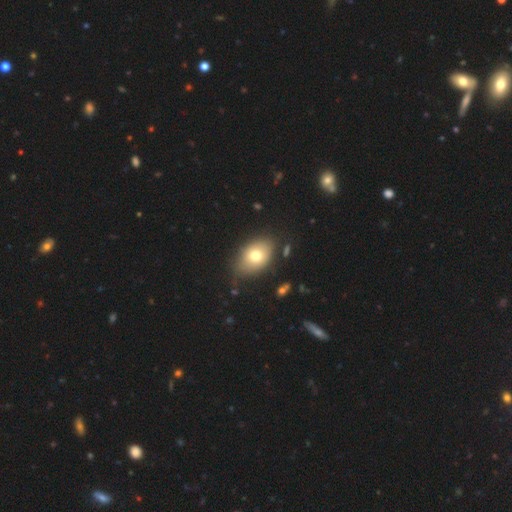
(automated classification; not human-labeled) The model was most divided on "smooth or featured": smooth: 74%, featured or disk: 17%, star or artifact: 9%. More confident: how rounded — in between (81%); merging — none (78%).